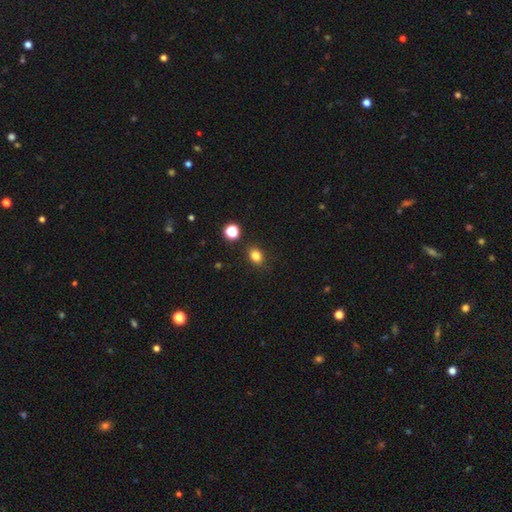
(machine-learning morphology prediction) smooth_or_featured: smooth (p=0.82) [alt: star or artifact p=0.13]
how_rounded: in between (p=0.56) [alt: round p=0.43]
merging: none (p=0.86) [alt: minor disturbance p=0.09]